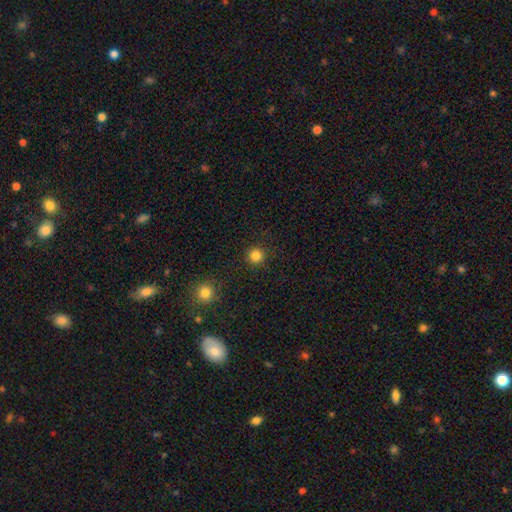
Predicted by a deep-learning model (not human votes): The model was most divided on "smooth or featured": smooth: 83%, star or artifact: 13%, featured or disk: 4%. More confident: how rounded — round (95%); merging — none (92%).